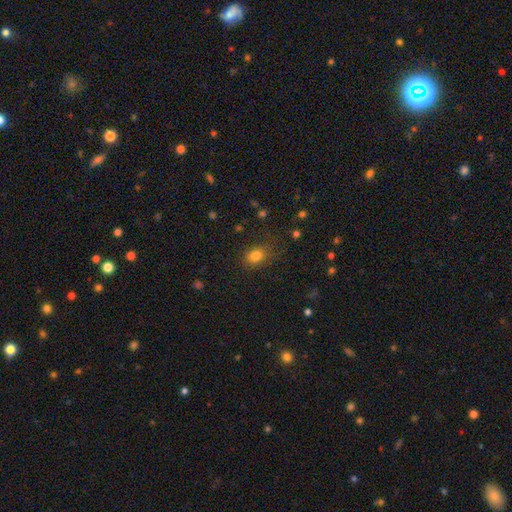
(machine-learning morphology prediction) smooth 80%, star or artifact 13%, featured or disk 7%. Down the decision tree: how rounded — in between (55%); merging — none (75%).